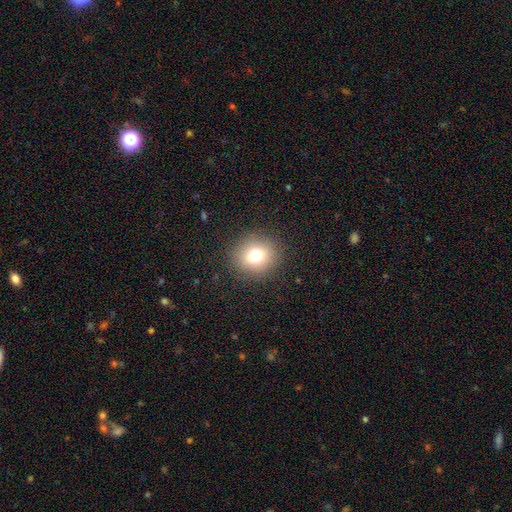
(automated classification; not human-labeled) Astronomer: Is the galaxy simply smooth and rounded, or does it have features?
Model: smooth — 76%.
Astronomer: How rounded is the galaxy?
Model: round — 86%.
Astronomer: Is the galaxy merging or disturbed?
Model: none — 89%.